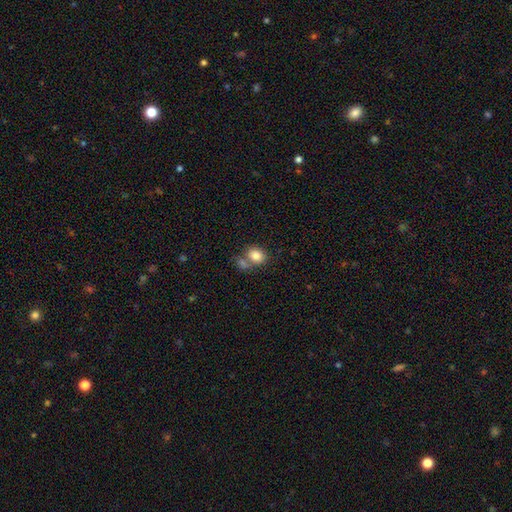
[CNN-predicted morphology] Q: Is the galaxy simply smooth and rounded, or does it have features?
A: smooth — 83%.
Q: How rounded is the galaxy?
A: in between — 52%.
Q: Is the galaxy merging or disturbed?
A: none — 46%.